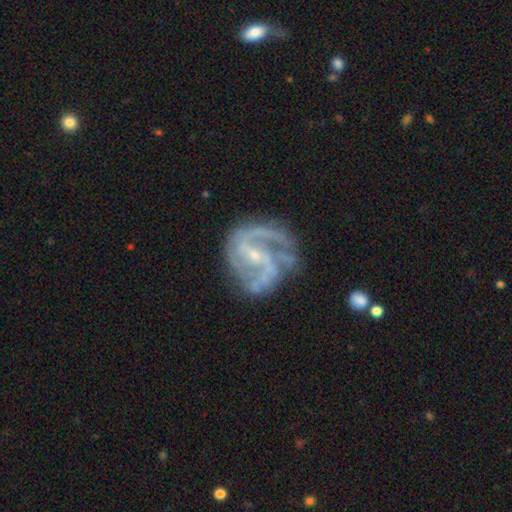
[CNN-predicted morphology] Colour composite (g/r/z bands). It shows a featured or disk galaxy (89%) with a weak bar (42%), 2 (56%) medium (53%) spiral arms (97%) and a small central bulge (79%). Merging: none (58%).